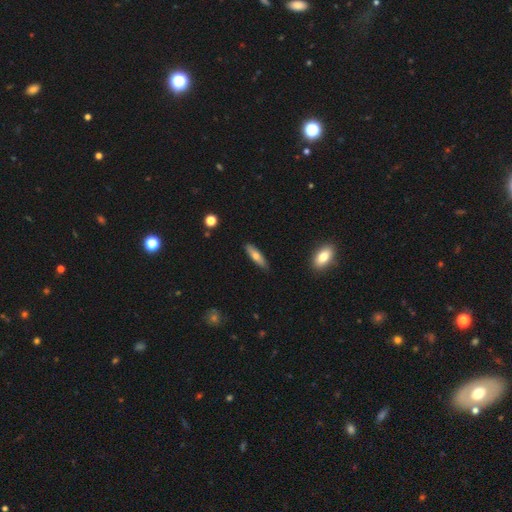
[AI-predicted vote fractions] smooth_or_featured: smooth (p=0.62) [alt: featured or disk p=0.31]
how_rounded: cigar-shaped (p=0.68) [alt: in between p=0.30]
merging: none (p=0.86) [alt: minor disturbance p=0.11]